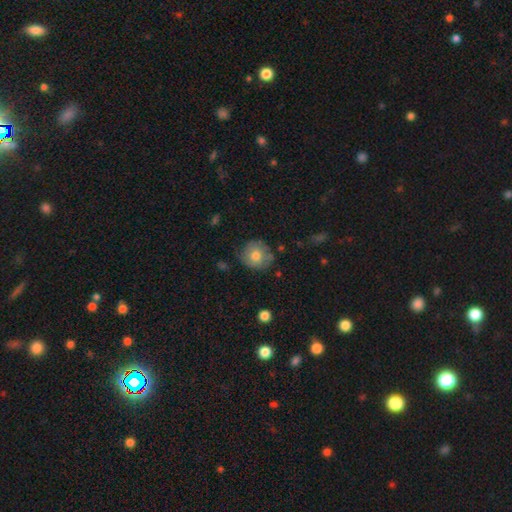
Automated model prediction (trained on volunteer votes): A smooth galaxy with no disk features (72%) that is round (88%). Merging: none (74%).